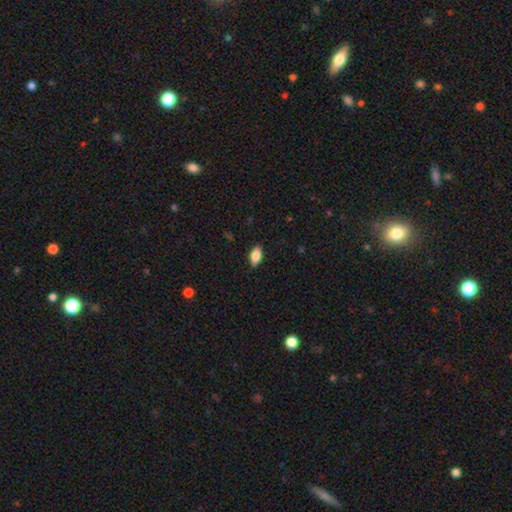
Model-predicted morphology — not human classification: Q: Smooth or featured?
A: smooth (83%); runner-up: featured or disk (10%)
Q: How rounded?
A: in between (88%); runner-up: cigar-shaped (9%)
Q: Merging?
A: none (87%); runner-up: minor disturbance (10%)